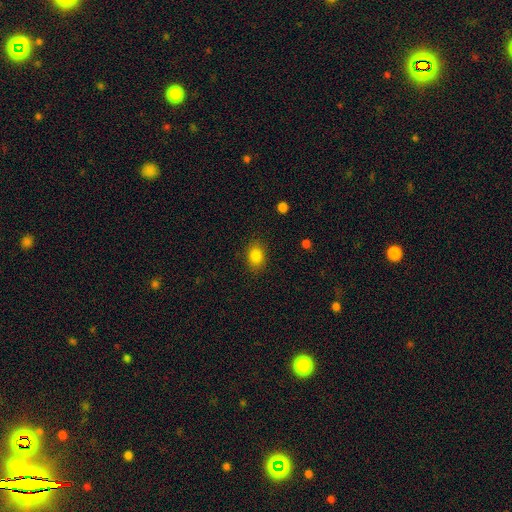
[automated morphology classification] A smooth galaxy with no disk features (84%) that is in between round and cigar-shaped (70%).

Vote fractions:
- Smooth or featured? smooth: 84% / star or artifact: 10% / featured or disk: 6%
- How rounded? in between: 70% / round: 29% / cigar-shaped: 1%
- Merging? none: 86% / minor disturbance: 10% / major disturbance: 3% / merger: 1%